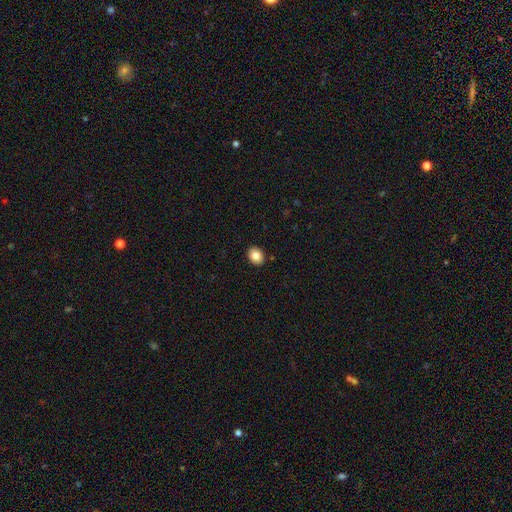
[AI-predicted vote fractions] Q: Smooth or featured?
A: smooth (85%); runner-up: star or artifact (9%)
Q: How rounded?
A: in between (57%); runner-up: round (42%)
Q: Merging?
A: none (91%); runner-up: minor disturbance (7%)